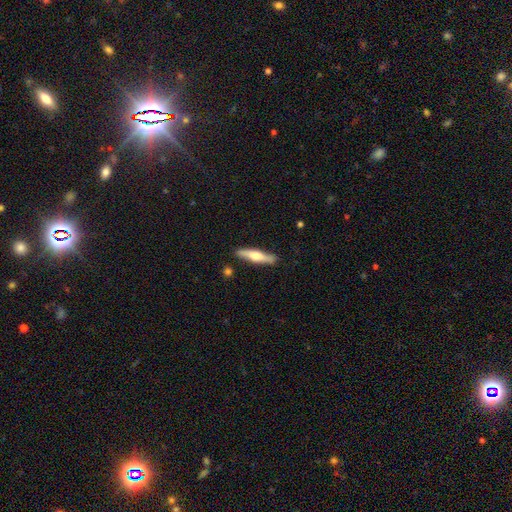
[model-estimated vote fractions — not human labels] smooth 49%, featured or disk 46%, star or artifact 5%. Down the decision tree: merging — none (86%).